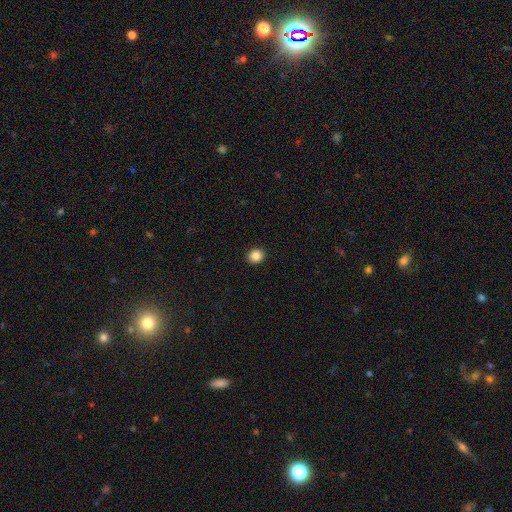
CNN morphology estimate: The model was most divided on "how rounded": round: 79%, in between: 20%, cigar-shaped: 1%. More confident: merging — none (93%); smooth or featured — smooth (86%).